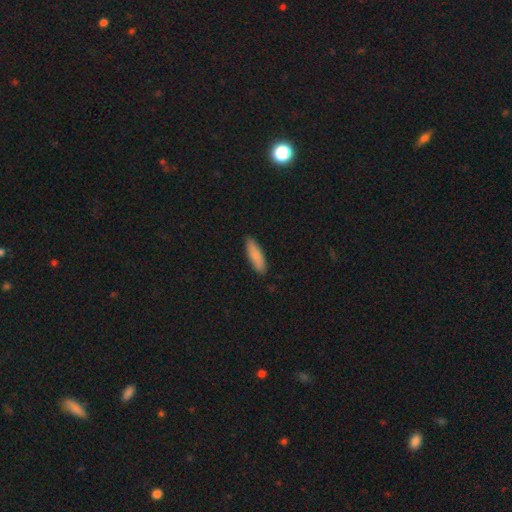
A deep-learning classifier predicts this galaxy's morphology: smooth_or_featured: smooth (p=0.87) [alt: featured or disk p=0.07]
how_rounded: cigar-shaped (p=0.58) [alt: in between p=0.40]
merging: none (p=0.88) [alt: minor disturbance p=0.09]